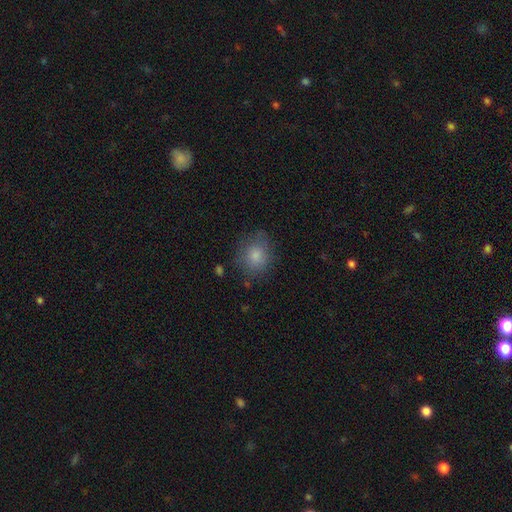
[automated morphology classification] Overall: smooth (82%). How rounded: round (68%; in between 31%). Merging: none (75%).